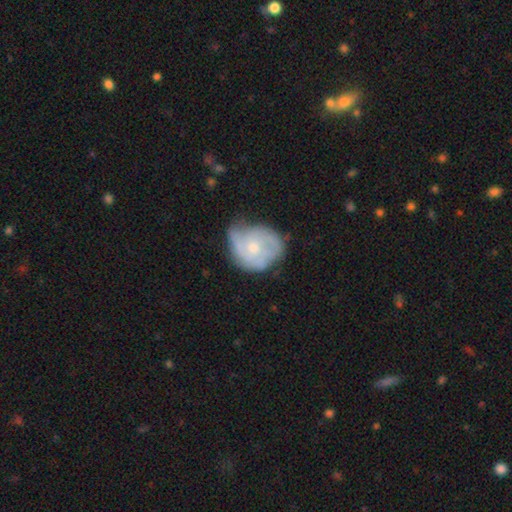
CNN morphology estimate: Q: Smooth or featured?
A: featured or disk (59%); runner-up: smooth (34%)
Q: Edge-on disk?
A: no (98%); runner-up: yes (2%)
Q: Bar?
A: no (80%); runner-up: weak (18%)
Q: Spiral arms?
A: yes (70%); runner-up: no (30%)
Q: Bulge size?
A: moderate (46%); tied with: small (46%)
Q: Merging?
A: none (39%); runner-up: minor disturbance (38%)